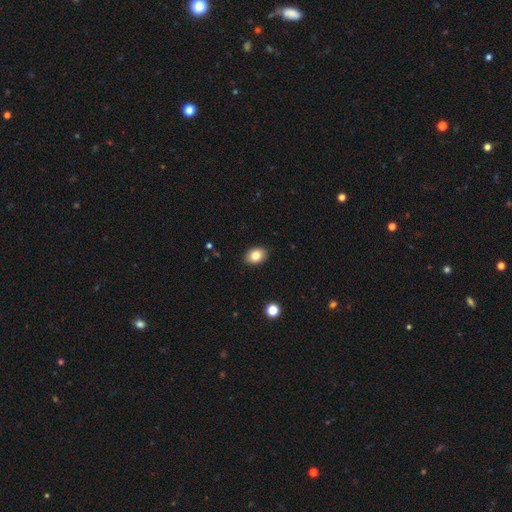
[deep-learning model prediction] Morphology: type=smooth (82%); roundness=in between (72%); merging=none (90%).